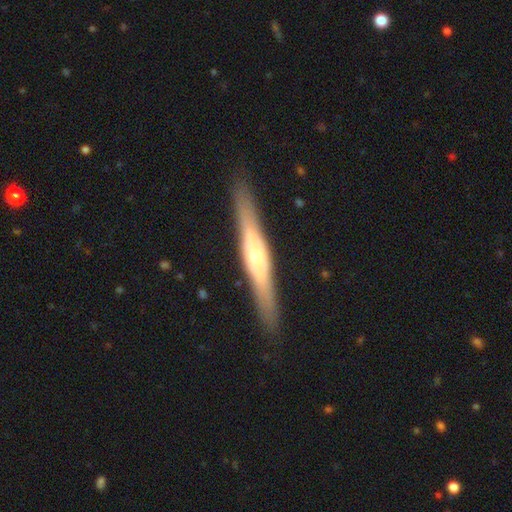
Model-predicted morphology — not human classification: This is likely a featured or disk galaxy (66%). It is clearly viewed edge-on (91%). Edge-on bulge: likely rounded (80%). Merging: clearly none (88%).